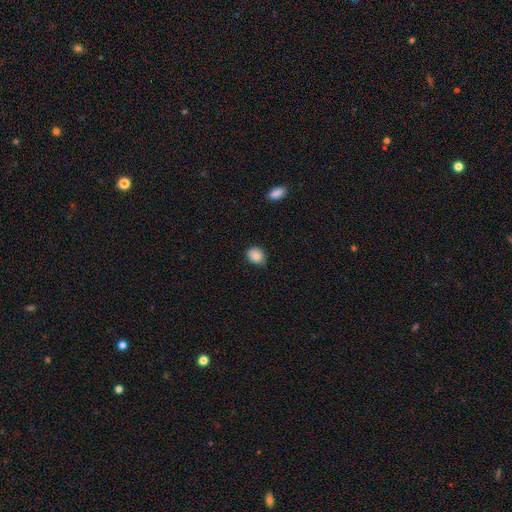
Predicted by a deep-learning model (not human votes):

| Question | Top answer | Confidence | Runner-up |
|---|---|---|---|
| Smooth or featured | smooth | 87% | star or artifact (9%) |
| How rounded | round | 54% | in between (45%) |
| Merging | none | 76% | minor disturbance (20%) |